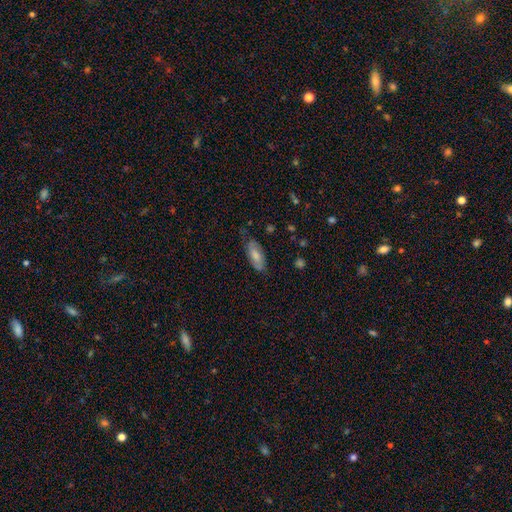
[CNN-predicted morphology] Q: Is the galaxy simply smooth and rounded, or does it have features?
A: smooth — 66%.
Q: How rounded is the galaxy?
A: in between — 81%.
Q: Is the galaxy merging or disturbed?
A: none — 66%.